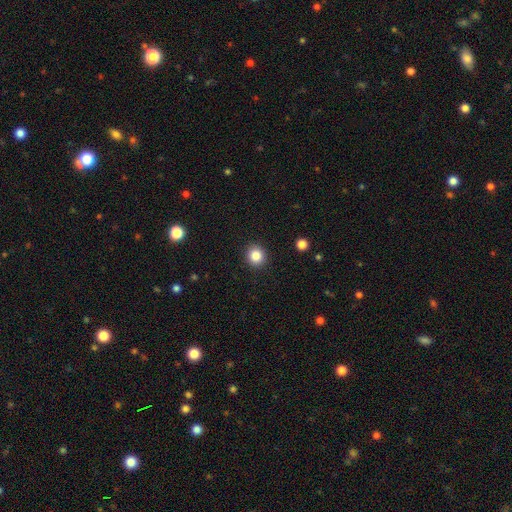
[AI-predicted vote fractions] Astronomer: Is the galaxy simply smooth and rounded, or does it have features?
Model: smooth — 85%.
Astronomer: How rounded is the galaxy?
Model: round — 88%.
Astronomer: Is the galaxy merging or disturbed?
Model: none — 92%.